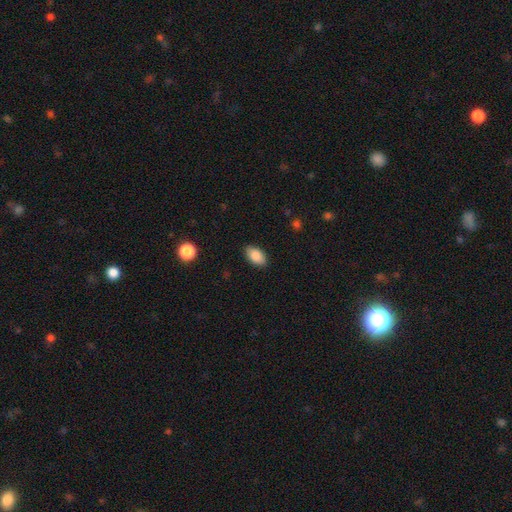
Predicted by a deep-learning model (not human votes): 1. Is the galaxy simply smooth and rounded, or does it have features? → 88% smooth, 7% star or artifact, 5% featured or disk.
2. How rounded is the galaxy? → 92% in between, 6% round, 2% cigar-shaped.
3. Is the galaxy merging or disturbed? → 86% none, 10% minor disturbance, 2% major disturbance, 1% merger.